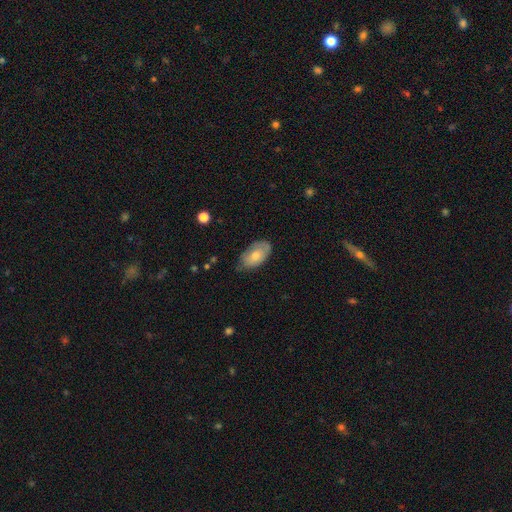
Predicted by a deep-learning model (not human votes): smooth_or_featured: smooth (p=0.66) [alt: featured or disk p=0.28]
how_rounded: in between (p=0.93) [alt: round p=0.05]
merging: none (p=0.62) [alt: minor disturbance p=0.30]